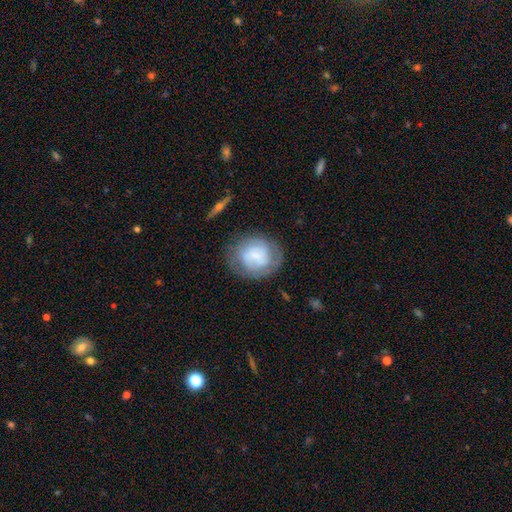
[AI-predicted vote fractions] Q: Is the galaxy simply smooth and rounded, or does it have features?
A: smooth — 48%.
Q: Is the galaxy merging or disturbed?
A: none — 67%.